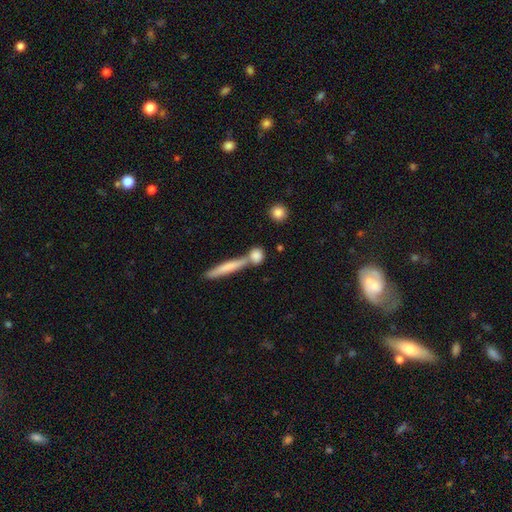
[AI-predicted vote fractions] Smooth or featured? Predicted: smooth (p=0.78). How rounded? Predicted: round (p=0.52). Merging? Predicted: none (p=0.57).